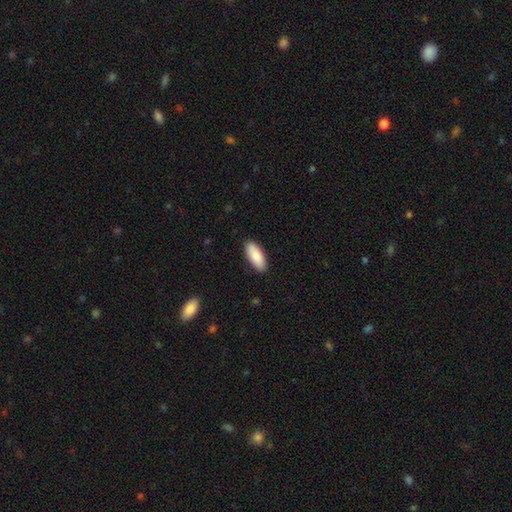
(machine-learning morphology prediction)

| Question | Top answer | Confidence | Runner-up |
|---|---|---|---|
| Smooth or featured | smooth | 87% | featured or disk (8%) |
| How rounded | in between | 83% | cigar-shaped (15%) |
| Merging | none | 89% | minor disturbance (9%) |